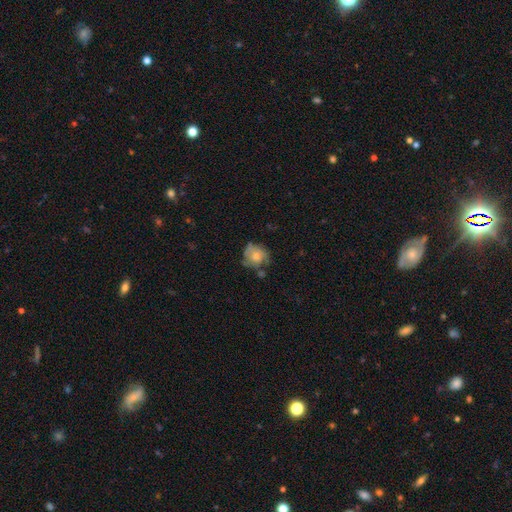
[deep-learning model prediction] The model was most divided on "smooth or featured": smooth: 49%, featured or disk: 43%, star or artifact: 8%. More confident: merging — none (53%).